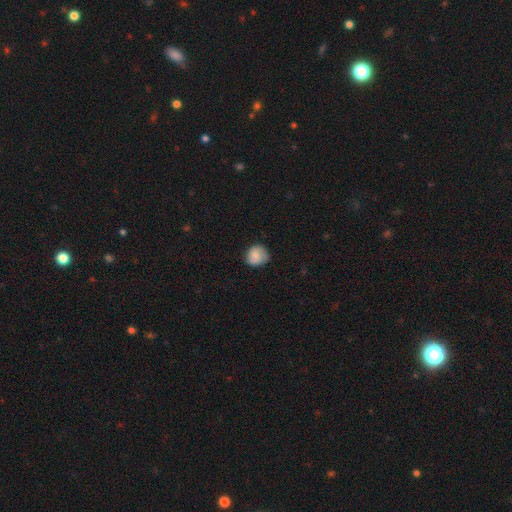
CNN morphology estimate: Q: Smooth or featured?
A: smooth (74%); runner-up: featured or disk (18%)
Q: How rounded?
A: round (82%); runner-up: in between (17%)
Q: Merging?
A: none (69%); runner-up: minor disturbance (24%)